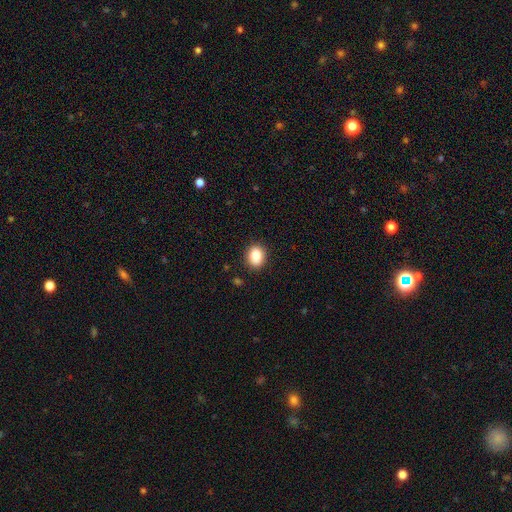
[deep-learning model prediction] Smooth or featured: smooth — 85% (star or artifact — 9%)
How rounded: in between — 53% (round — 46%)
Merging: none — 89% (minor disturbance — 7%)